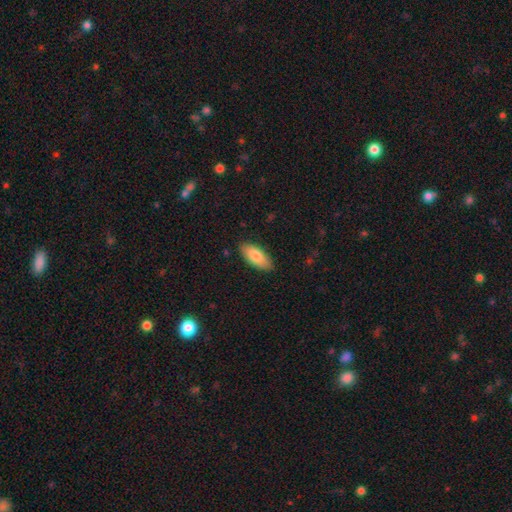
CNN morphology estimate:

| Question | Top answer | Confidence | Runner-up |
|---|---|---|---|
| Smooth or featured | smooth | 83% | featured or disk (11%) |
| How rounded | in between | 87% | cigar-shaped (12%) |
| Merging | none | 87% | minor disturbance (10%) |